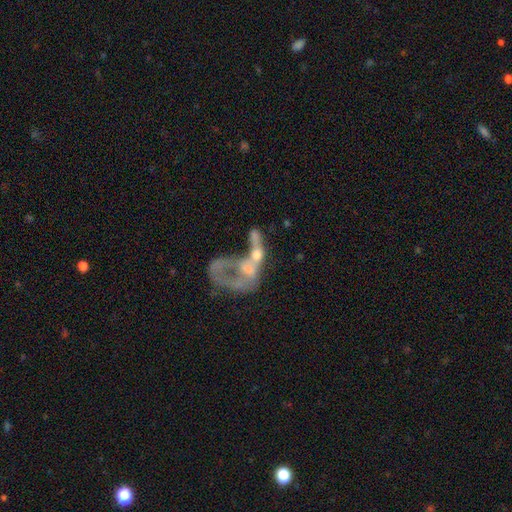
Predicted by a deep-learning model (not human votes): Q: Smooth or featured?
A: featured or disk (62%); runner-up: smooth (22%)
Q: Edge-on disk?
A: no (95%); runner-up: yes (5%)
Q: Bar?
A: no (85%); runner-up: weak (11%)
Q: Spiral arms?
A: no (79%); runner-up: yes (21%)
Q: Bulge size?
A: none (43%); runner-up: small (26%)
Q: Merging?
A: merger (53%); runner-up: major disturbance (27%)